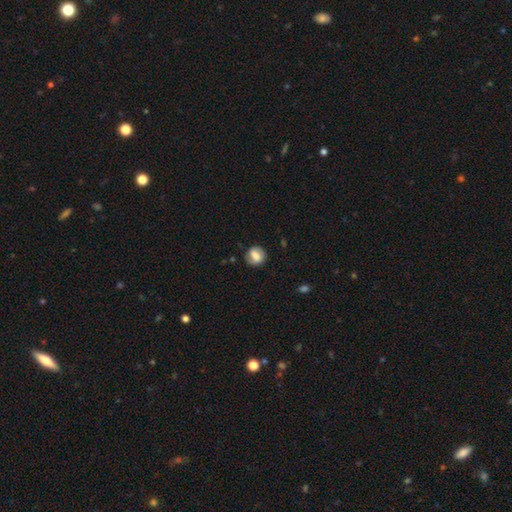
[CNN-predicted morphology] type=smooth (64%); roundness=round (74%); merging=none (77%).